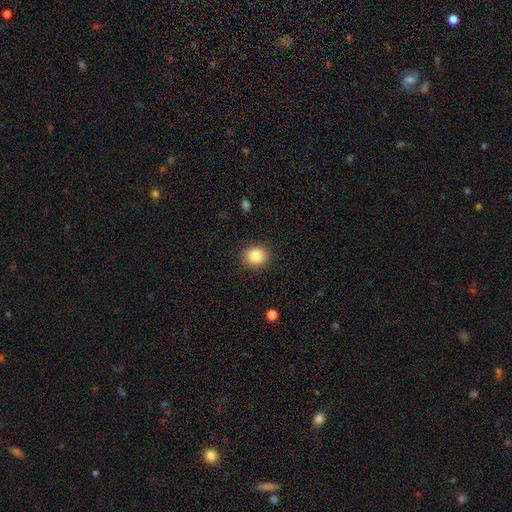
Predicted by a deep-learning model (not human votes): Smooth or featured? Predicted: smooth (p=0.84). How rounded? Predicted: round (p=0.77). Merging? Predicted: none (p=0.89).